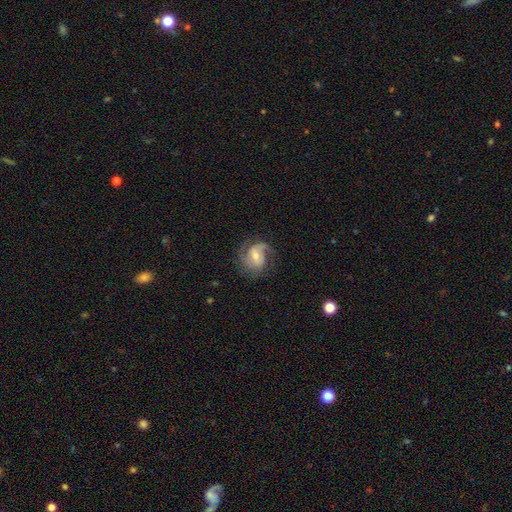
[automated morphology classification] Overall: featured or disk (76%). Edge-on disk: no (98%). Bar: weak (45%; no 41%). Spiral arms: yes (93%). Spiral arm count: 2 (53%; 1 15%). Spiral winding: medium (47%; tight 27%). Bulge size: moderate (50%; small 43%). Merging: none (62%).